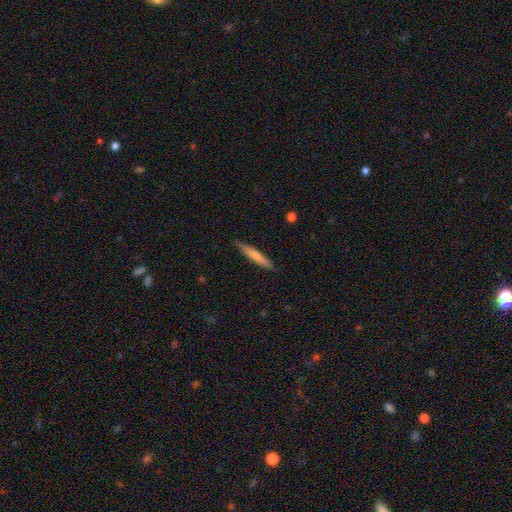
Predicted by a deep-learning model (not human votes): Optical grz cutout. It shows a smooth galaxy with no disk features (67%) that is cigar-shaped (92%). Merging: none (86%).